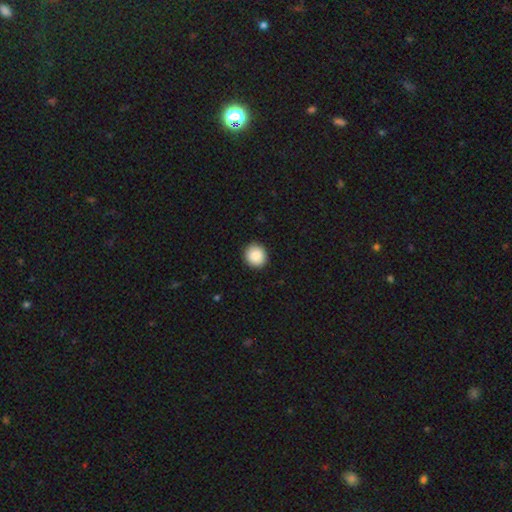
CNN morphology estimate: Overall: smooth (88%). How rounded: round (86%). Merging: none (91%).